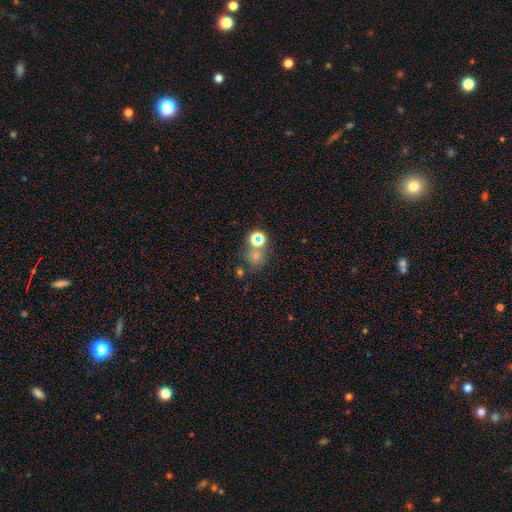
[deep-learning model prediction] A smooth galaxy with no disk features (59%) that is round (79%).

Vote fractions:
- Smooth or featured? smooth: 59% / star or artifact: 30% / featured or disk: 11%
- How rounded? round: 79% / in between: 20% / cigar-shaped: 1%
- Merging? none: 59% / merger: 25% / minor disturbance: 10% / major disturbance: 6%